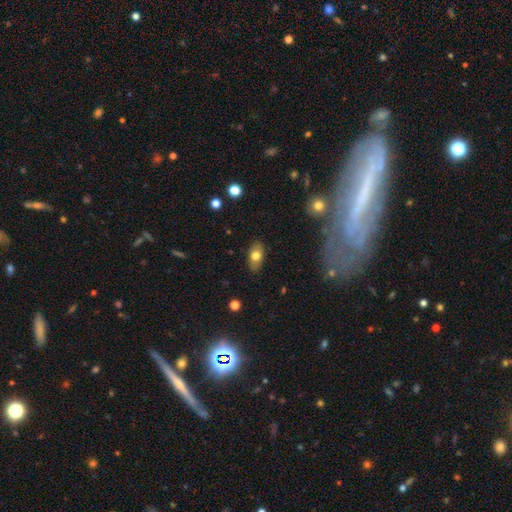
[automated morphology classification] smooth 73%, featured or disk 19%, star or artifact 8%. Down the decision tree: how rounded — in between (89%); merging — none (85%).